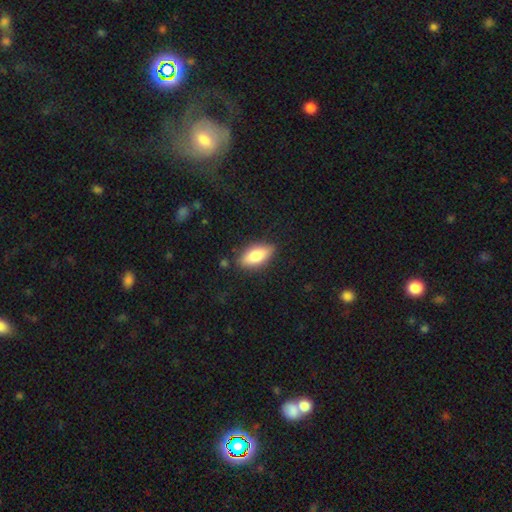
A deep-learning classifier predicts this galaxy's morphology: Smooth or featured: smooth — 78% (featured or disk — 16%)
How rounded: in between — 83% (cigar-shaped — 14%)
Merging: none — 83% (minor disturbance — 12%)